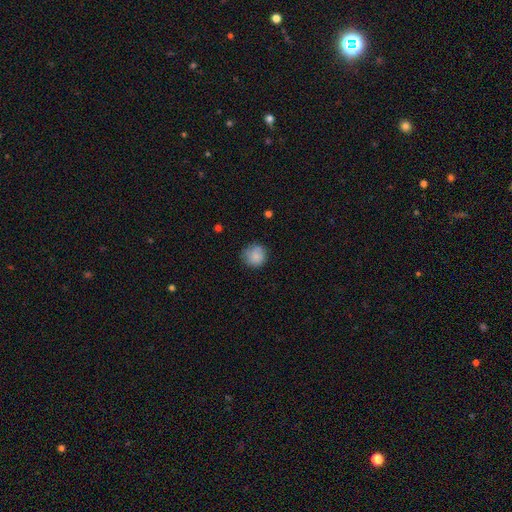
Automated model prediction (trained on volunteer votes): smooth_or_featured: smooth (p=0.84) [alt: star or artifact p=0.08]
how_rounded: round (p=0.92) [alt: in between p=0.08]
merging: none (p=0.77) [alt: minor disturbance p=0.17]